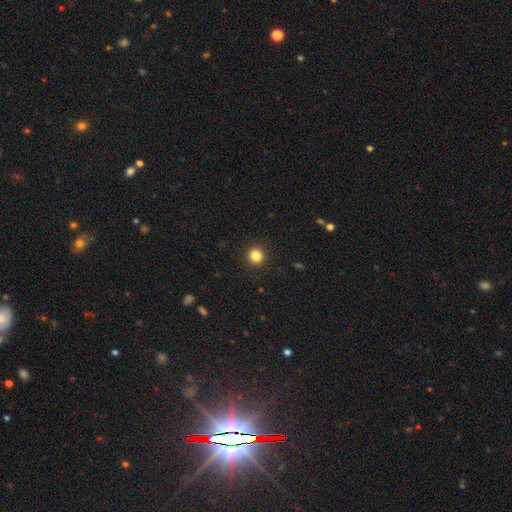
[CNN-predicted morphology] Smooth or featured? Predicted: smooth (p=0.84). How rounded? Predicted: round (p=0.94). Merging? Predicted: none (p=0.92).